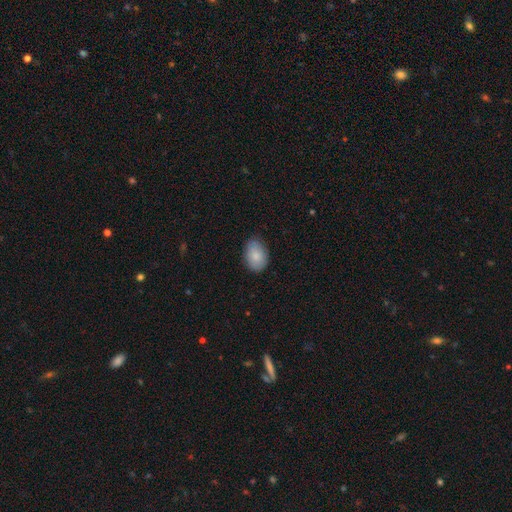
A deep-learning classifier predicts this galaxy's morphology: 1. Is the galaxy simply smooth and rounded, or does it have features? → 84% smooth, 10% featured or disk, 6% star or artifact.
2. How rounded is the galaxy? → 83% in between, 16% round, 1% cigar-shaped.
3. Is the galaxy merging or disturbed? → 81% none, 15% minor disturbance, 3% major disturbance, 1% merger.